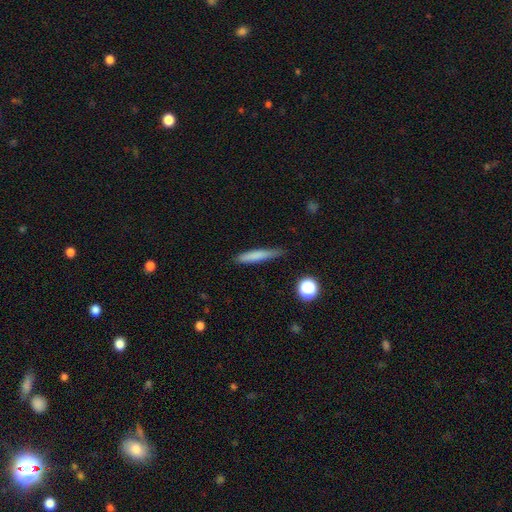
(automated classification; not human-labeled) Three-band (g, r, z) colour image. It shows a smooth galaxy with no disk features (74%) that is cigar-shaped (91%). Merging: none (75%).